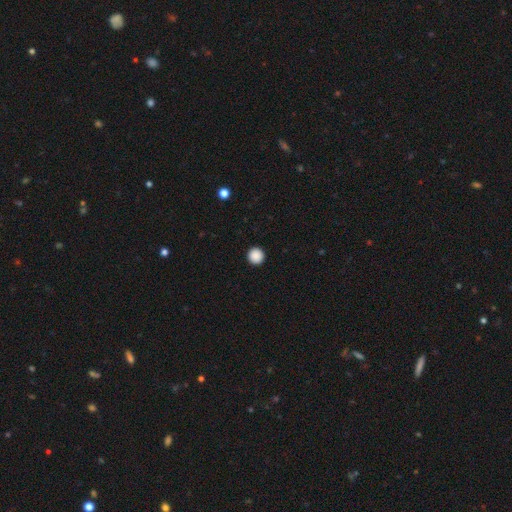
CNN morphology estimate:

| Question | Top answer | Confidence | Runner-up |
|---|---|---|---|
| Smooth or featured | smooth | 89% | star or artifact (9%) |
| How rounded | round | 96% | in between (3%) |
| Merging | none | 94% | minor disturbance (4%) |